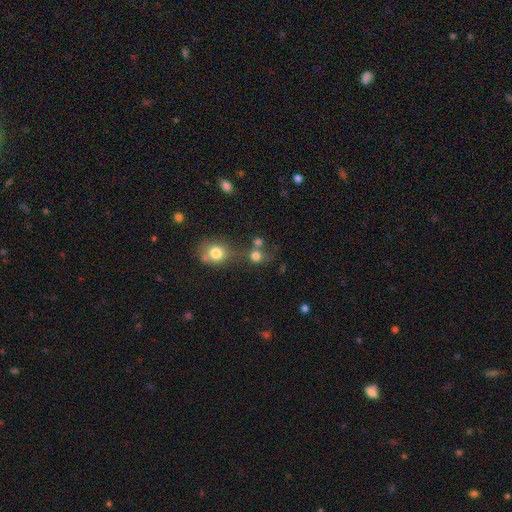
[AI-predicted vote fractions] smooth-or-featured: smooth: 75% | star or artifact: 16% | featured or disk: 9%
  how-rounded: round: 85% | in between: 14% | cigar-shaped: 1%
  merging: none: 51% | merger: 33% | minor disturbance: 10% | major disturbance: 6%